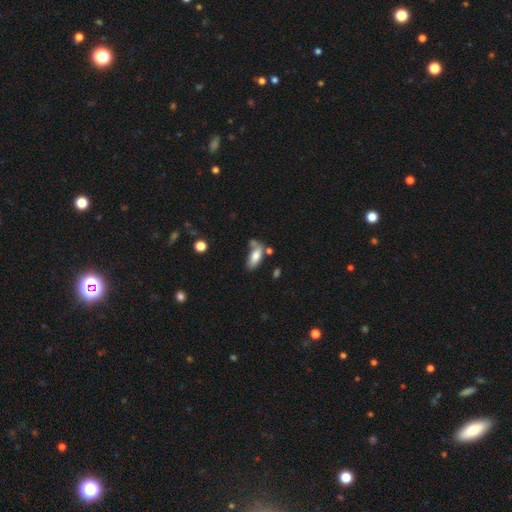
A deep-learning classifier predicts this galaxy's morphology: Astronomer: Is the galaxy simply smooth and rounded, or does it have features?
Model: smooth — 76%.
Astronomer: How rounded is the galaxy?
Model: in between — 80%.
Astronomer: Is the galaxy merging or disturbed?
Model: none — 44% (runner-up: minor disturbance, 23%).